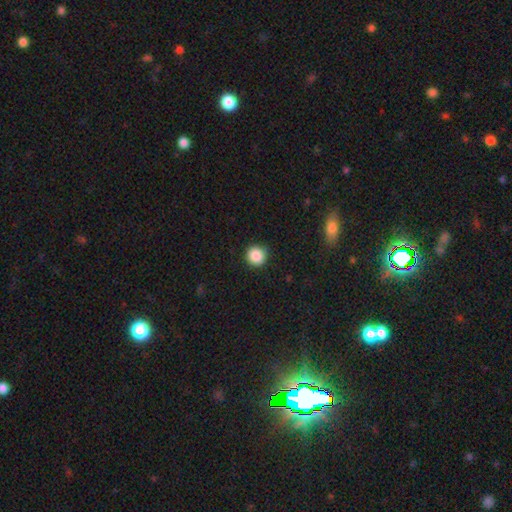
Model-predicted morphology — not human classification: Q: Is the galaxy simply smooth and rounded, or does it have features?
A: smooth — 88%.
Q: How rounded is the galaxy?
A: round — 94%.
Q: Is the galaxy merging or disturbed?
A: none — 90%.